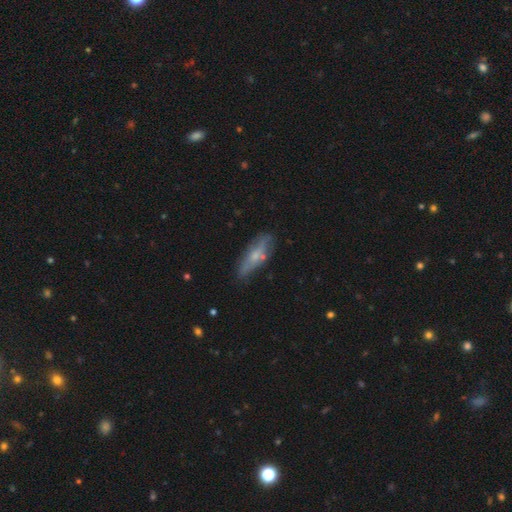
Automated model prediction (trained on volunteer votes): smooth-or-featured: featured or disk: 48% | smooth: 45% | star or artifact: 7%
  merging: none: 67% | minor disturbance: 22% | major disturbance: 6% | merger: 5%